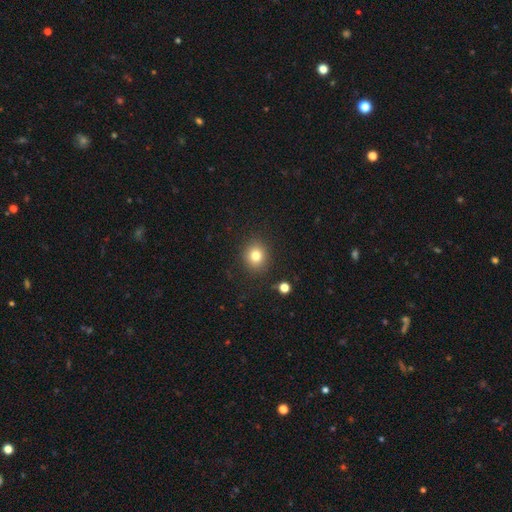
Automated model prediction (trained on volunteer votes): Overall: smooth (80%). How rounded: round (79%). Merging: none (88%).